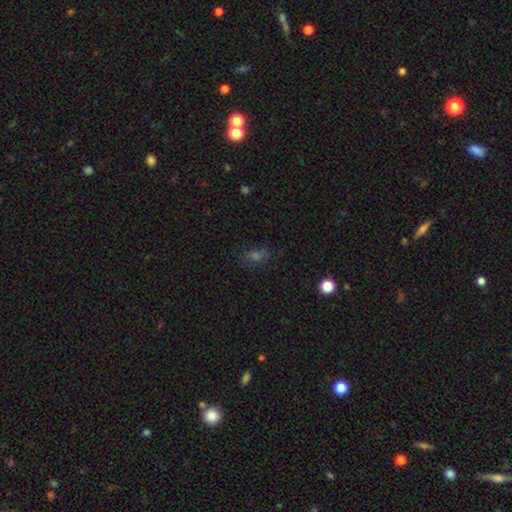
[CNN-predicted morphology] smooth 51%, star or artifact 36%, featured or disk 14%. Down the decision tree: how rounded — in between (59%); merging — none (77%).